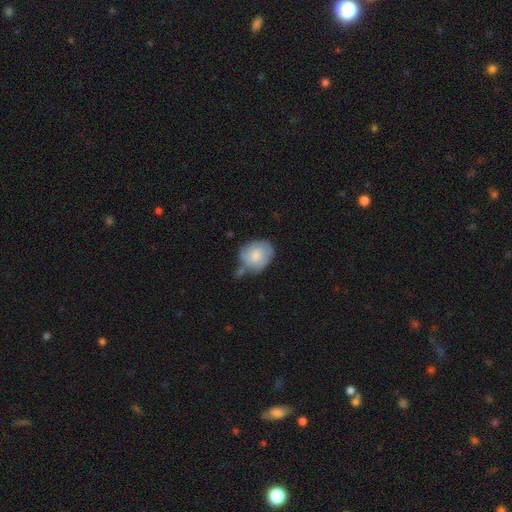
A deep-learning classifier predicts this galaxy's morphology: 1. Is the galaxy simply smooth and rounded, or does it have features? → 67% smooth, 27% featured or disk, 6% star or artifact.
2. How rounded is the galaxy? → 62% round, 37% in between, 1% cigar-shaped.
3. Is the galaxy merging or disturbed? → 46% none, 30% minor disturbance, 14% merger, 10% major disturbance.